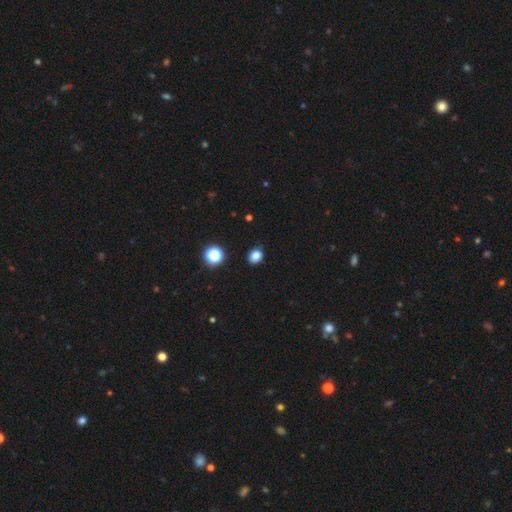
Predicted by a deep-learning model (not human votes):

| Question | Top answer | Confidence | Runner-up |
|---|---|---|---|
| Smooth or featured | smooth | 83% | star or artifact (13%) |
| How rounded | round | 52% | in between (47%) |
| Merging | none | 85% | minor disturbance (11%) |